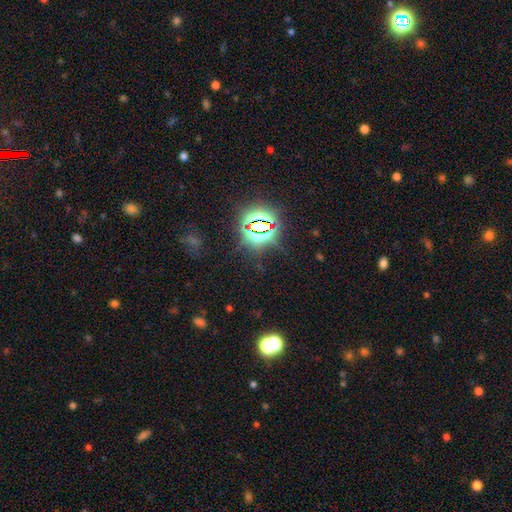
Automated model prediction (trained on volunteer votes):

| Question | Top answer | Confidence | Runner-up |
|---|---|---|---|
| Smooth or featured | star or artifact | 80% | smooth (13%) |